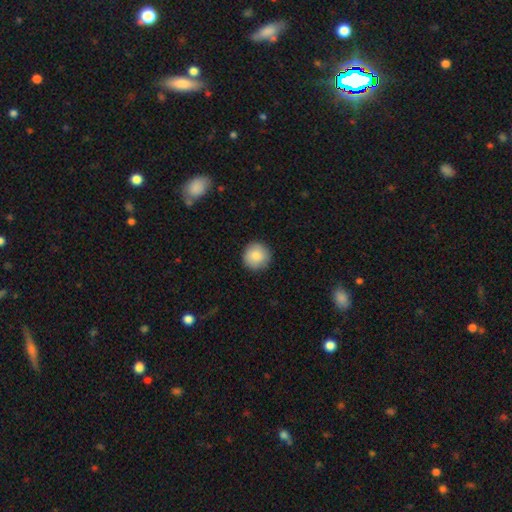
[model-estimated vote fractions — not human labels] smooth_or_featured: smooth (p=0.85) [alt: featured or disk p=0.08]
how_rounded: round (p=0.95) [alt: in between p=0.04]
merging: none (p=0.89) [alt: minor disturbance p=0.08]